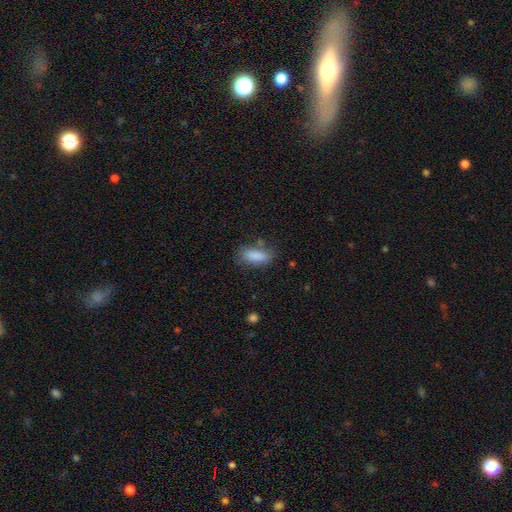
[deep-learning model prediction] Smooth or featured? smooth (86%)
How rounded? in between (80%)
Merging? none (71%)